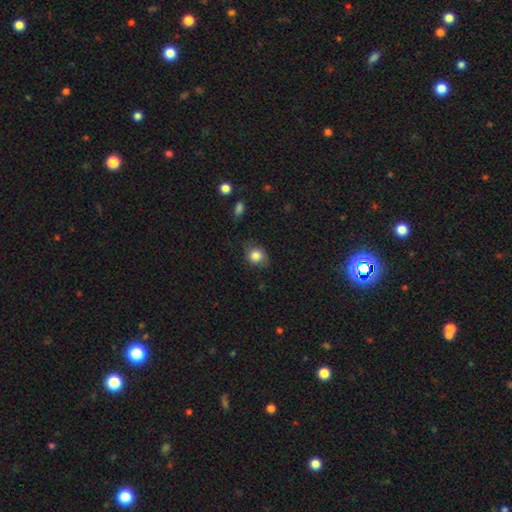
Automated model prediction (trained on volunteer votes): Smooth or featured?
  - smooth: 83% *
  - star or artifact: 9%
  - featured or disk: 8%
How rounded?
  - round: 72% *
  - in between: 27%
  - cigar-shaped: 1%
Merging?
  - none: 67% *
  - minor disturbance: 24%
  - major disturbance: 7%
  - merger: 2%